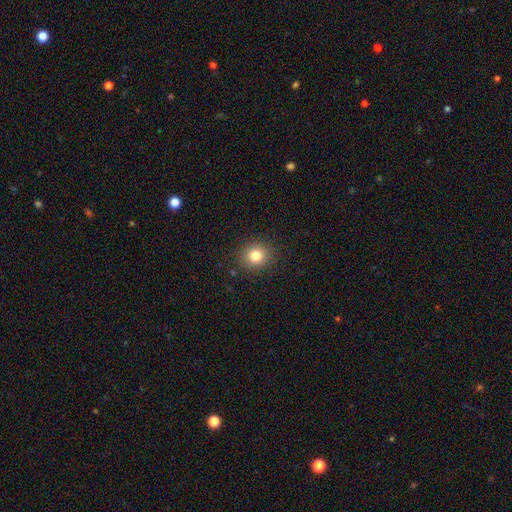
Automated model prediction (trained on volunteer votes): A smooth galaxy with no disk features (80%) that is round (82%). Merging: none (89%).